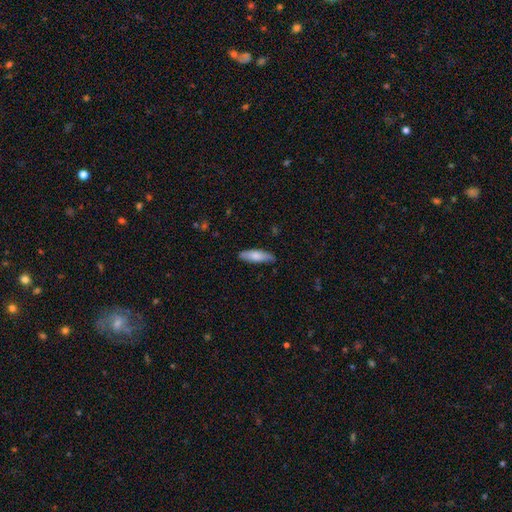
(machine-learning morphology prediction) smooth 75%, featured or disk 19%, star or artifact 5%. Down the decision tree: how rounded — cigar-shaped (52%); merging — none (81%).